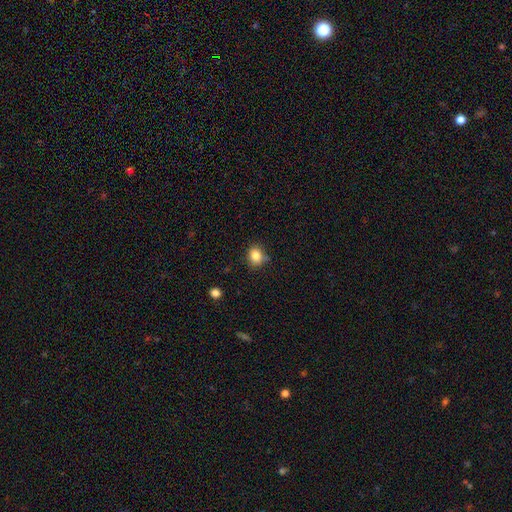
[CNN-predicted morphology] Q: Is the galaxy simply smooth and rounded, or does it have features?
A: smooth — 84%.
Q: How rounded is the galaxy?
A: round — 64%.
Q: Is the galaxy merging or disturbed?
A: none — 78%.